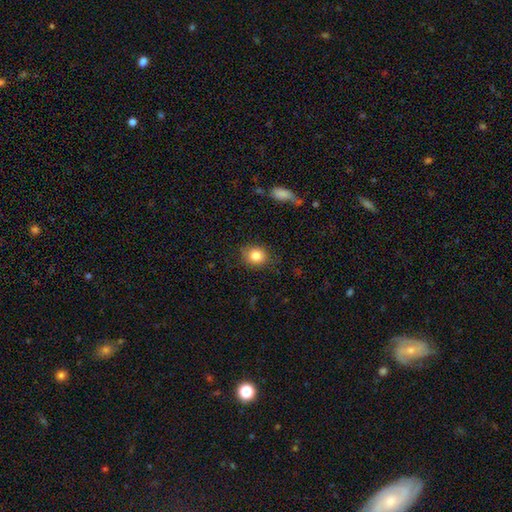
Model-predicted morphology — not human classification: The model was most divided on "how rounded": round: 74%, in between: 25%, cigar-shaped: 1%. More confident: smooth or featured — smooth (83%); merging — none (82%).